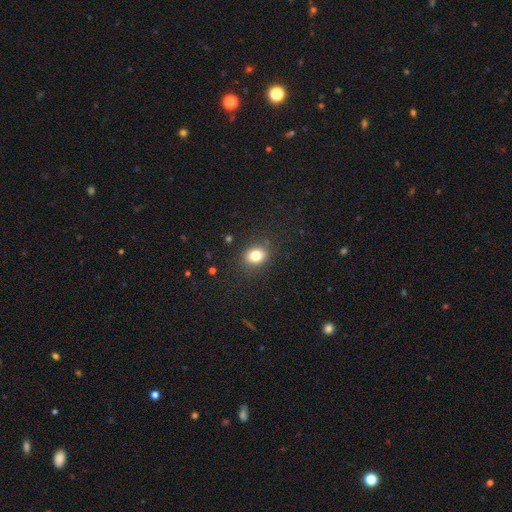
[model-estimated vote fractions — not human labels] Smooth or featured? smooth (81%)
How rounded? round (51%)
Merging? none (85%)